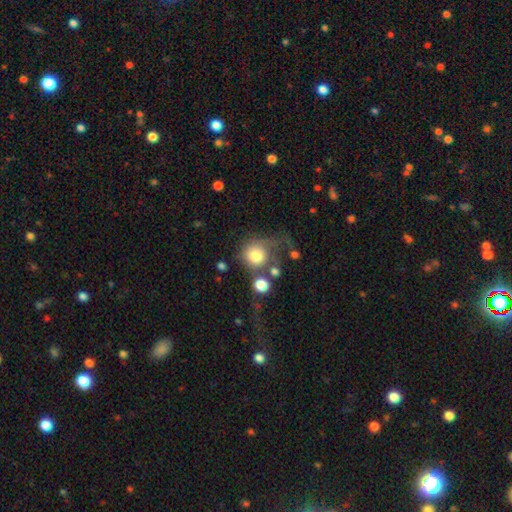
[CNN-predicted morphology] The model was most divided on "merging" (2-way tie): major disturbance: 31%, none: 31%, merger: 22%, minor disturbance: 16%. More confident: how rounded — round (86%); smooth or featured — smooth (71%).